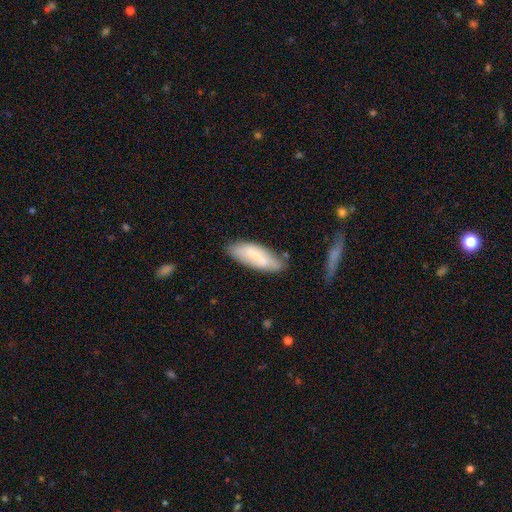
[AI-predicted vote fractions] Morphology: type=smooth (69%); roundness=in between (66%); merging=none (64%).